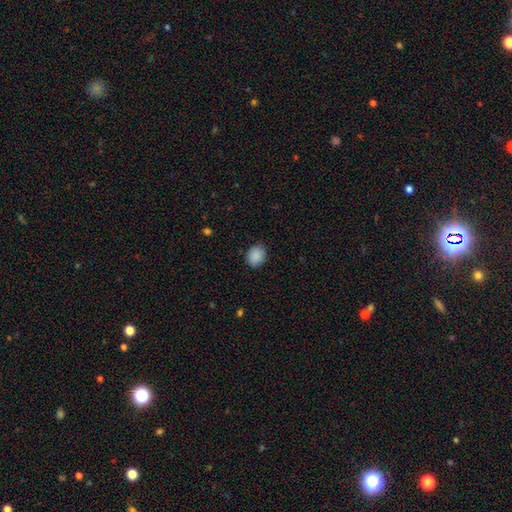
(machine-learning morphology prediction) A smooth galaxy with no disk features (89%) that is round (56%).

Vote fractions:
- Smooth or featured? smooth: 89% / star or artifact: 8% / featured or disk: 3%
- How rounded? round: 56% / in between: 43% / cigar-shaped: 1%
- Merging? none: 85% / minor disturbance: 12% / major disturbance: 2% / merger: 1%